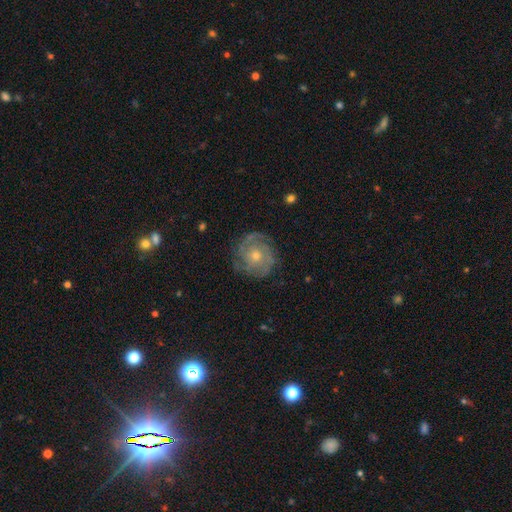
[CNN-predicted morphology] This appears to be a featured or disk galaxy (83%) with no bar (80%), 3 (33%) tight (71%) spiral arms (95%) and a moderate central bulge (53%). Merging: none (82%).